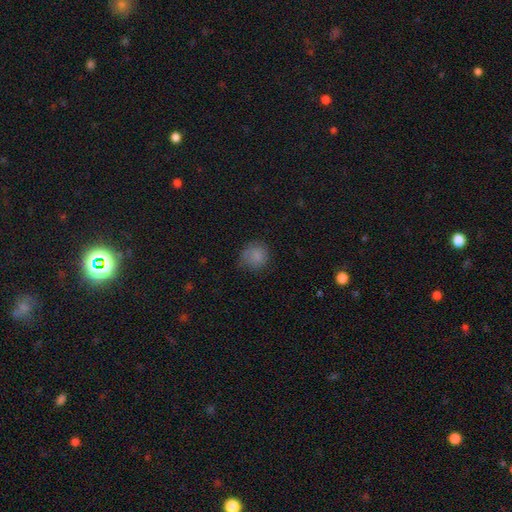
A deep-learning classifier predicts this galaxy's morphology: Smooth or featured? smooth (82%)
How rounded? round (85%)
Merging? none (66%)